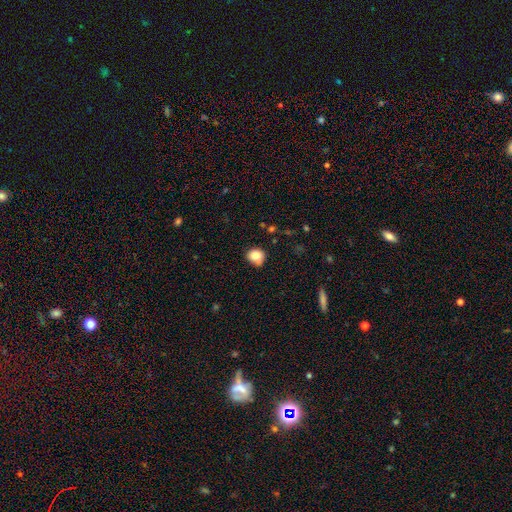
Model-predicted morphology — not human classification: This is clearly a smooth galaxy (82%). How rounded: likely round (78%). Merging: likely none (70%).